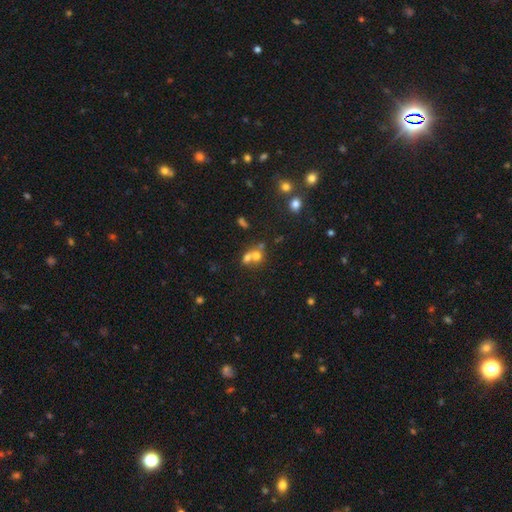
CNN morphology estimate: Overall: smooth (63%). How rounded: round (72%). Merging: merger (59%; none 30%).